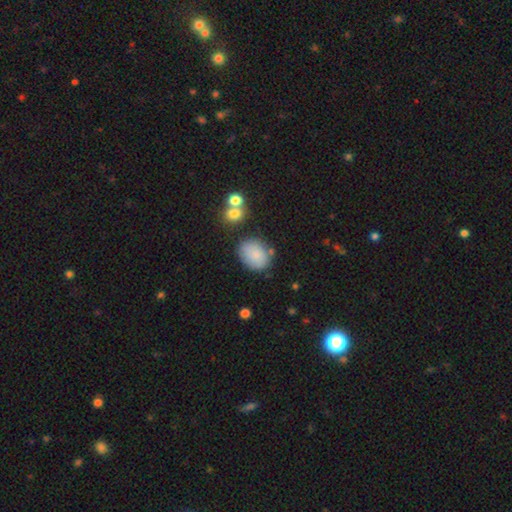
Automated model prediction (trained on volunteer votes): Morphology: type=smooth (83%); roundness=in between (57%); merging=none (70%).